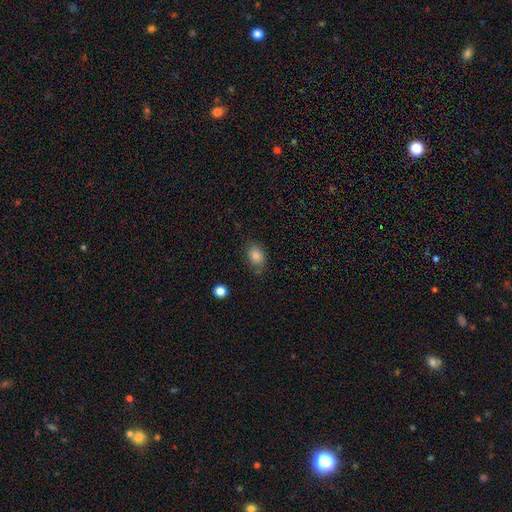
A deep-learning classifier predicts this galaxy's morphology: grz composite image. It shows a smooth galaxy with no disk features (83%) that is in between round and cigar-shaped (72%). Merging: none (77%).